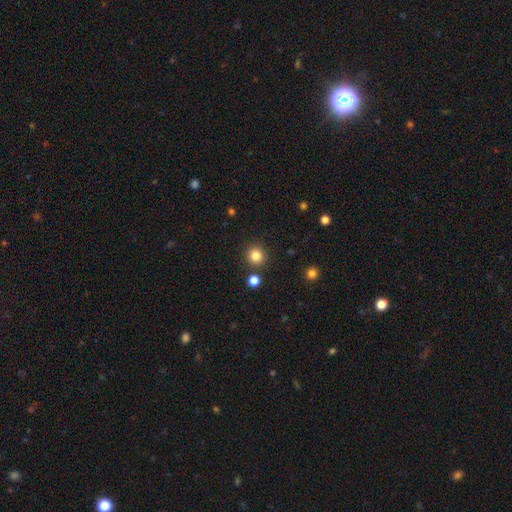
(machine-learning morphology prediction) A smooth galaxy with no disk features (83%) that is round (92%).

Vote fractions:
- Smooth or featured? smooth: 83% / star or artifact: 12% / featured or disk: 5%
- How rounded? round: 92% / in between: 7% / cigar-shaped: 1%
- Merging? none: 88% / minor disturbance: 6% / merger: 4% / major disturbance: 2%